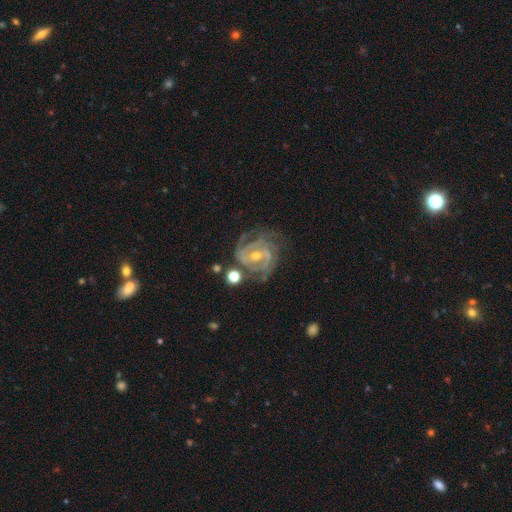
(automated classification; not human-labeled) smooth-or-featured: featured or disk: 90% | star or artifact: 6% | smooth: 4%
  disk-edge-on: no: 98% | yes: 2%
    bar: weak: 41% | no: 40% | strong: 20%
    has-spiral-arms: yes: 98% | no: 2%
      spiral-winding: tight: 62% | medium: 33% | loose: 5%
      spiral-arm-count: 3: 37% | 2: 25% | 4: 14% | can't tell: 14% | more than 4: 5% | 1: 5%
    bulge-size: small: 49% | moderate: 48% | large: 1% | none: 1% | dominant: 1%
  merging: none: 67% | minor disturbance: 19% | major disturbance: 9% | merger: 4%